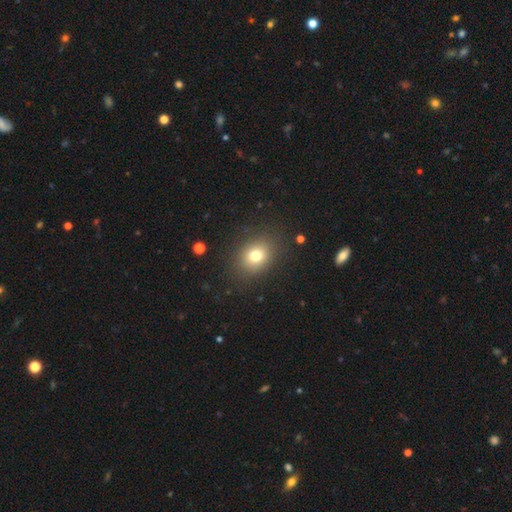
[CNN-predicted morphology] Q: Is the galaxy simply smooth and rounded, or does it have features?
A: smooth — 76%.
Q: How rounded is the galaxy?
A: round — 51%.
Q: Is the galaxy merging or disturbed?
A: none — 84%.